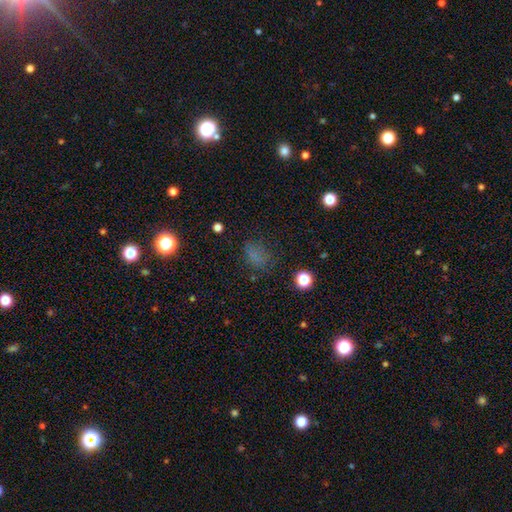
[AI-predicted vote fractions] Smooth or featured? smooth (62%)
How rounded? in between (67%)
Merging? none (65%)